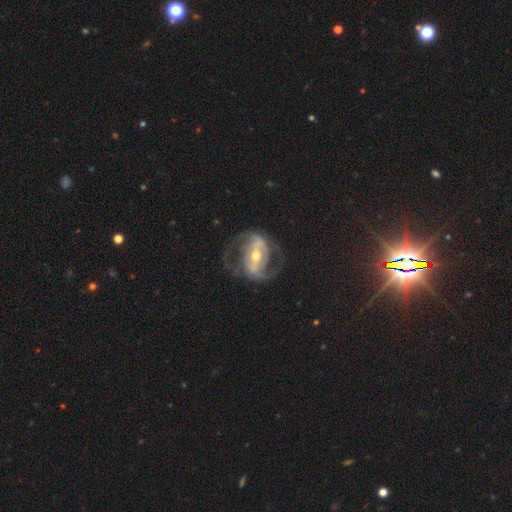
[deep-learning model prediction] A featured or disk galaxy (85%) with a strong bar (56%), 2 (86%) medium (50%) spiral arms (84%) and a moderate central bulge (65%). Merging: none (65%).